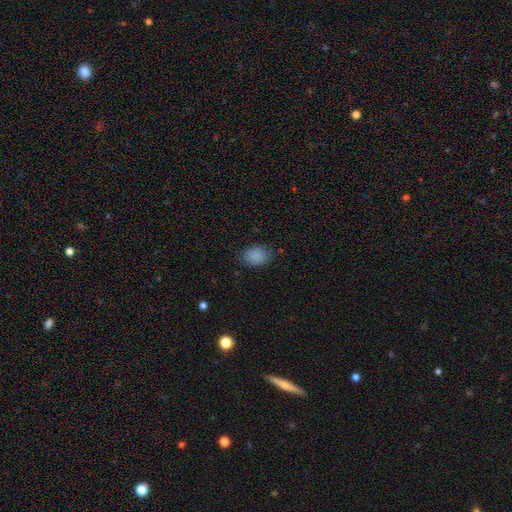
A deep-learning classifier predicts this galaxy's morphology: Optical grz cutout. It shows a smooth galaxy with no disk features (87%) that is in between round and cigar-shaped (74%). Merging: none (76%).